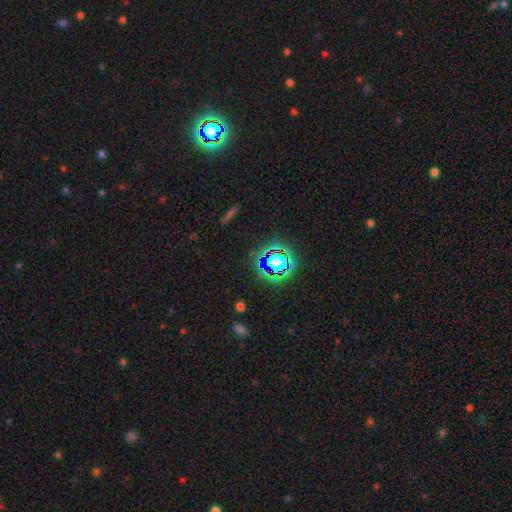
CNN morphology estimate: smooth_or_featured: star or artifact (p=0.77) [alt: smooth p=0.14]